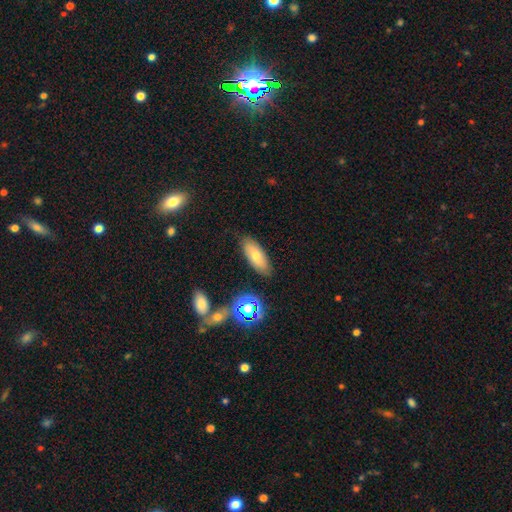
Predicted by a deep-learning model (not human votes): Smooth or featured? smooth (69%)
How rounded? in between (79%)
Merging? none (84%)